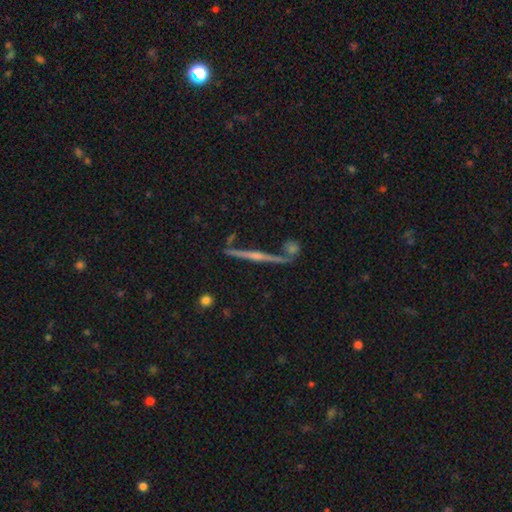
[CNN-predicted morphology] type=featured or disk (81%); edge-on=yes (98%); edge-on bulge=rounded (77%); merging=none (82%).